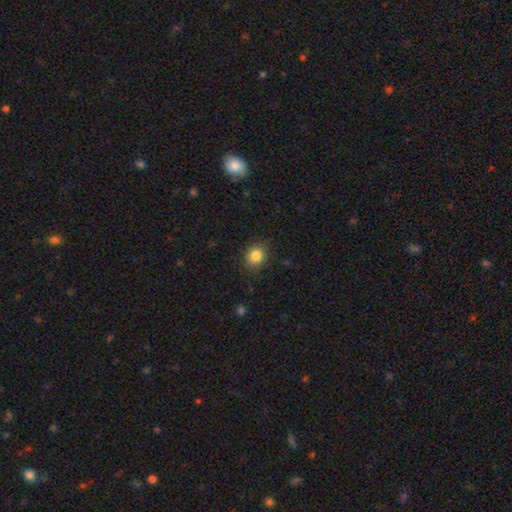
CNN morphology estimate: This is clearly a smooth galaxy (85%). How rounded: likely round (66%). Merging: clearly none (85%).